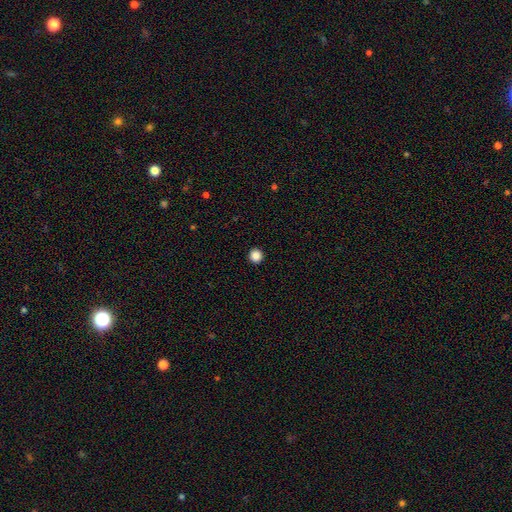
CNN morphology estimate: This appears to be a smooth galaxy with no disk features (87%) that is round (95%). Merging: none (94%).